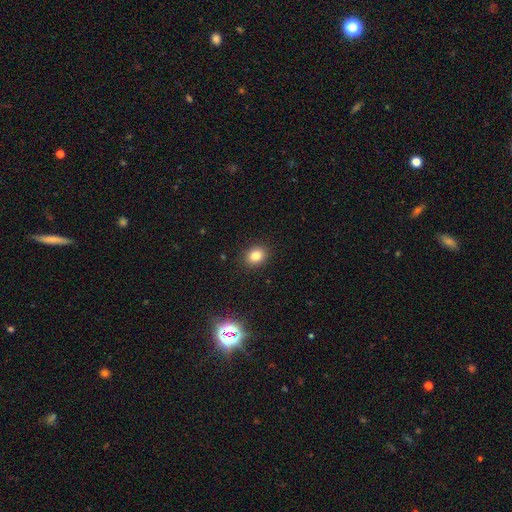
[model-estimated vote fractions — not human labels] smooth 81%, star or artifact 12%, featured or disk 7%. Down the decision tree: how rounded — round (54%); merging — none (90%).